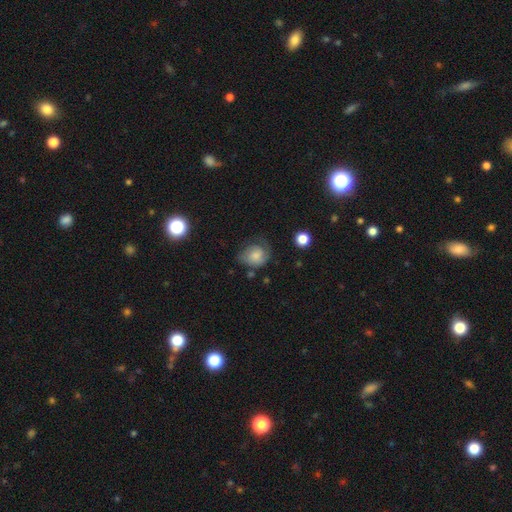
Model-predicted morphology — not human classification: This is likely a smooth galaxy (60%). How rounded: possibly round (58%). Merging: possibly none (45%).